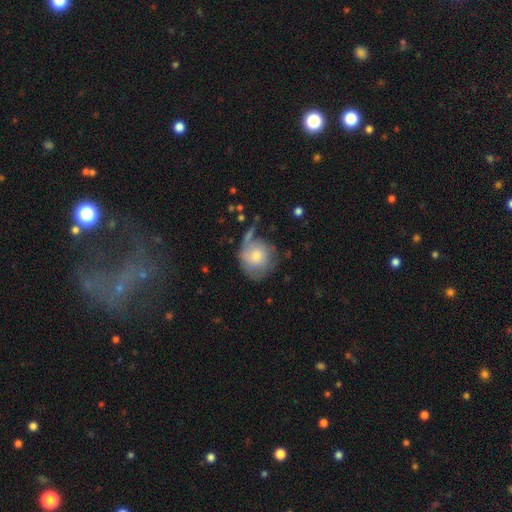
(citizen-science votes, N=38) smooth 68%, featured or disk 26%, star or artifact 5%. Down the decision tree: how rounded — round (81%); merging — none (42%).